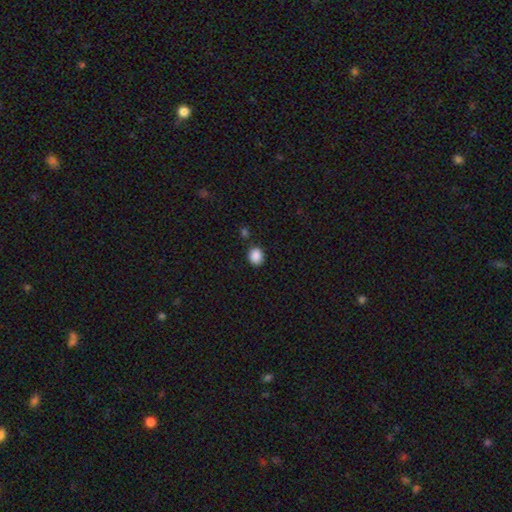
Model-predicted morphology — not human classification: A smooth galaxy with no disk features (88%) that is round (67%).

Vote fractions:
- Smooth or featured? smooth: 88% / star or artifact: 9% / featured or disk: 3%
- How rounded? round: 67% / in between: 32% / cigar-shaped: 1%
- Merging? none: 84% / minor disturbance: 10% / merger: 4% / major disturbance: 3%